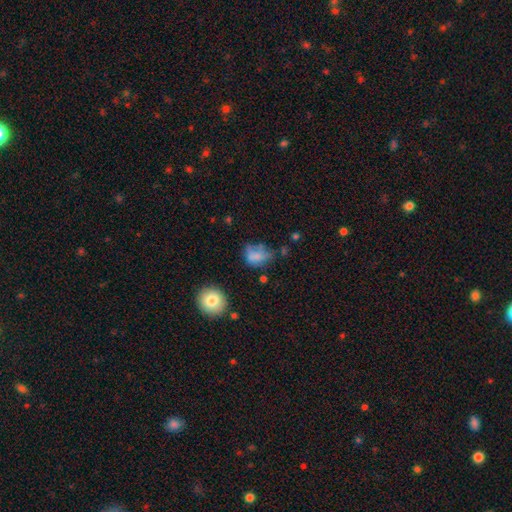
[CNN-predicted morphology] Smooth or featured?
  - smooth: 66% *
  - featured or disk: 20%
  - star or artifact: 14%
How rounded?
  - in between: 63% *
  - round: 35%
  - cigar-shaped: 2%
Merging?
  - none: 37% *
  - minor disturbance: 28%
  - major disturbance: 26%
  - merger: 9%